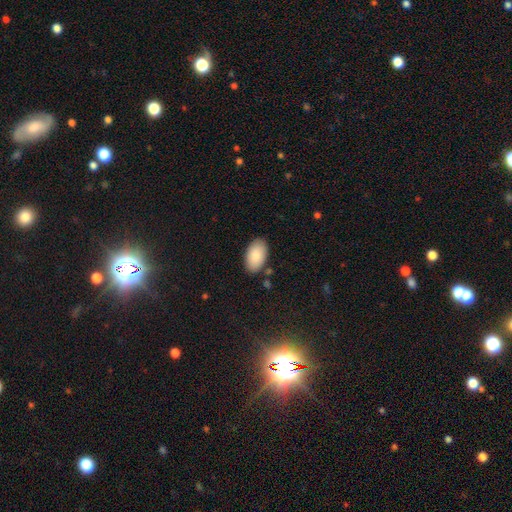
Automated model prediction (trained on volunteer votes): Smooth or featured?
  - smooth: 88% *
  - featured or disk: 6%
  - star or artifact: 6%
How rounded?
  - in between: 95% *
  - round: 4%
  - cigar-shaped: 1%
Merging?
  - none: 84% *
  - minor disturbance: 11%
  - merger: 3%
  - major disturbance: 3%